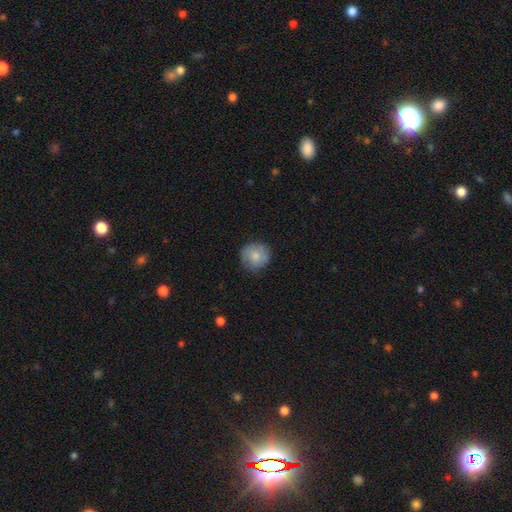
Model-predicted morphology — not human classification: A smooth galaxy with no disk features (71%) that is round (92%).

Vote fractions:
- Smooth or featured? smooth: 71% / featured or disk: 22% / star or artifact: 7%
- How rounded? round: 92% / in between: 8% / cigar-shaped: 1%
- Merging? none: 80% / minor disturbance: 15% / major disturbance: 4% / merger: 1%